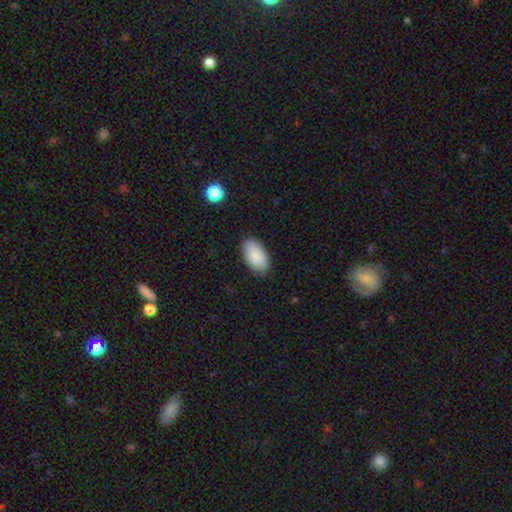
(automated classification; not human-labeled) Overall: smooth (89%). How rounded: in between (95%). Merging: none (85%).